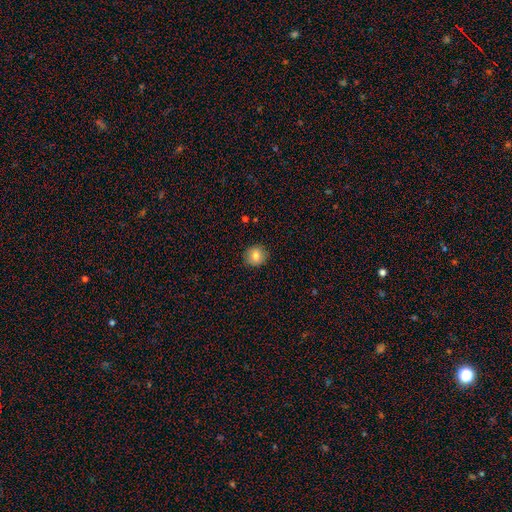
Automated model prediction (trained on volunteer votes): A smooth galaxy with no disk features (80%) that is round (87%). Merging: none (89%).